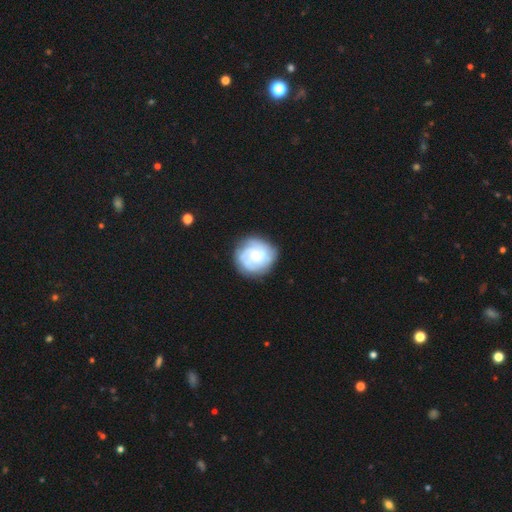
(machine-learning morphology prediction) Overall: featured or disk (61%; smooth 33%). Edge-on disk: no (98%). Bar: no (76%). Spiral arms: yes (77%). Bulge size: moderate (46%; small 45%). Merging: none (75%).